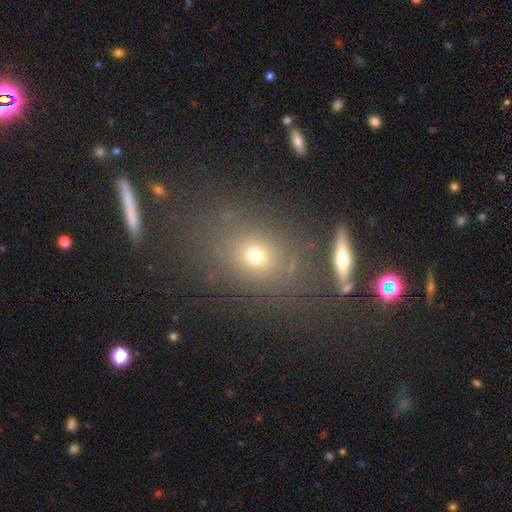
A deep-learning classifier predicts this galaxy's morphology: The model was most divided on "how rounded": round: 53%, in between: 44%, cigar-shaped: 3%. More confident: merging — none (75%); smooth or featured — smooth (64%).